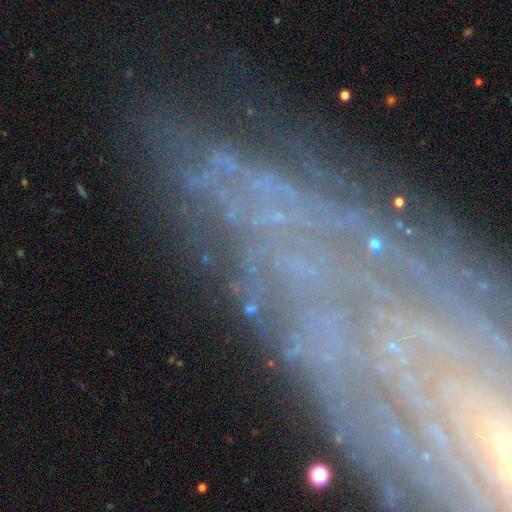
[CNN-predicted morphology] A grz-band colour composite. It shows a featured or disk galaxy (57%). Merging: none (67%).